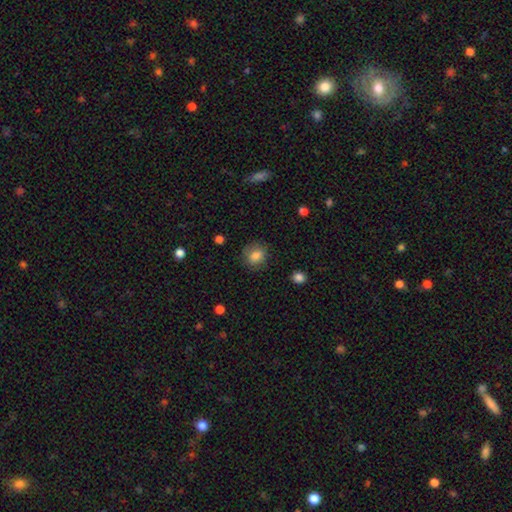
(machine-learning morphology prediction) Smooth or featured: smooth — 83% (star or artifact — 9%)
How rounded: round — 71% (in between — 28%)
Merging: none — 77% (minor disturbance — 16%)